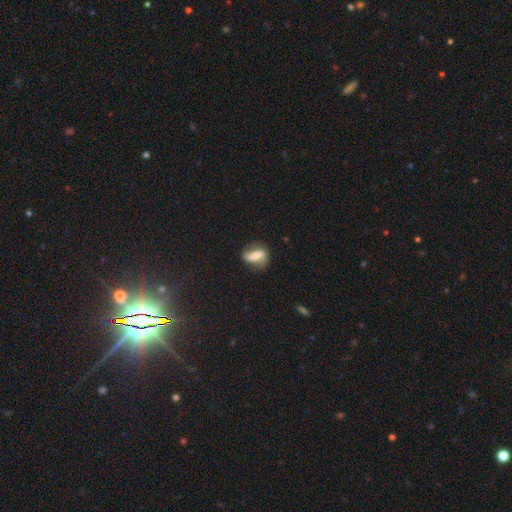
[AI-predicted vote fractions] A featured or disk galaxy (53%).

Vote fractions:
- Smooth or featured? featured or disk: 53% / smooth: 39% / star or artifact: 8%
- Edge-on disk? no: 88% / yes: 12%
- Merging? none: 69% / minor disturbance: 20% / major disturbance: 8% / merger: 3%